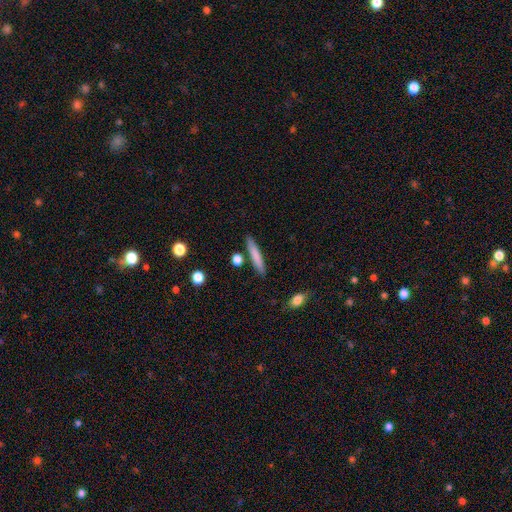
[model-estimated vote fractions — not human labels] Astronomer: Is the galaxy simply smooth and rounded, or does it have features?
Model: smooth — 78%.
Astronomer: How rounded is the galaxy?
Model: cigar-shaped — 90%.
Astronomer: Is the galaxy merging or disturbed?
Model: none — 86%.